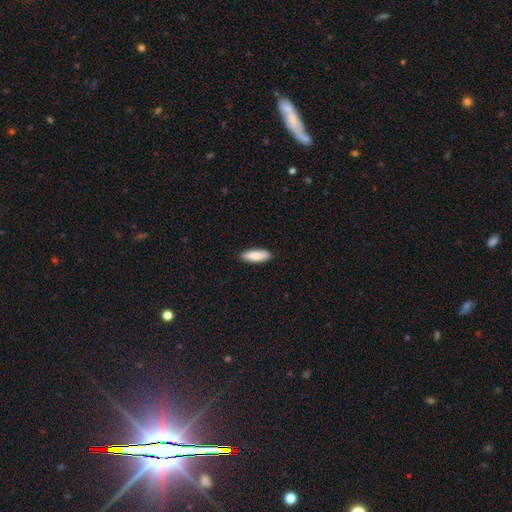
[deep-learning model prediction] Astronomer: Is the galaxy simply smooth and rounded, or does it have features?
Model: smooth — 86%.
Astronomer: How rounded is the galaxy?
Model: in between — 60% (runner-up: cigar-shaped, 38%).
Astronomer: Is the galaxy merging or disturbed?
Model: none — 89%.